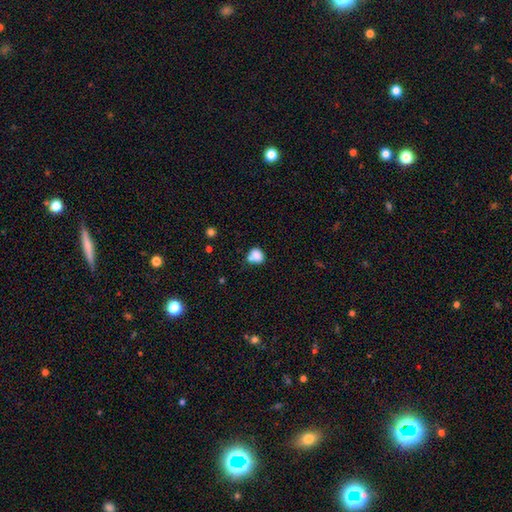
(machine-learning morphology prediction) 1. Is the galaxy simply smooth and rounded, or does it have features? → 81% smooth, 11% star or artifact, 8% featured or disk.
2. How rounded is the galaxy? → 61% round, 38% in between, 1% cigar-shaped.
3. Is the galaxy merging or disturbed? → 47% none, 23% merger, 22% minor disturbance, 8% major disturbance.